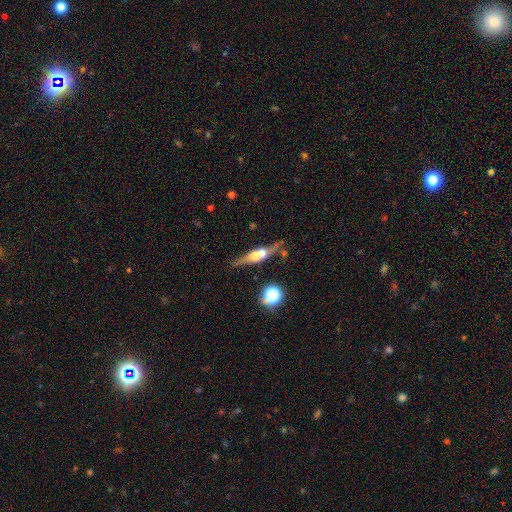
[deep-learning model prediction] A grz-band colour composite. It shows a featured or disk galaxy (59%) viewed edge-on (85%). Merging: none (63%).